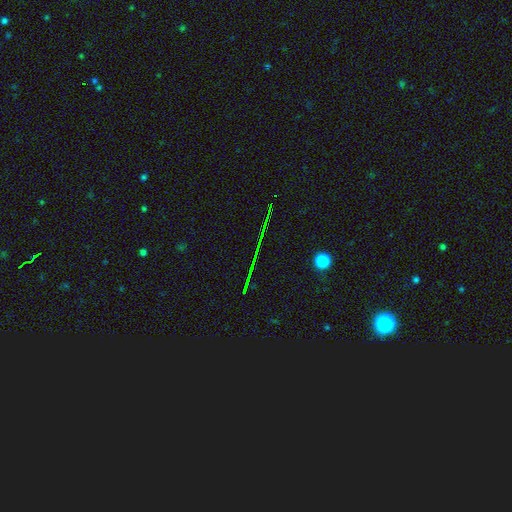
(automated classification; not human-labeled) Smooth or featured? star or artifact (78%)